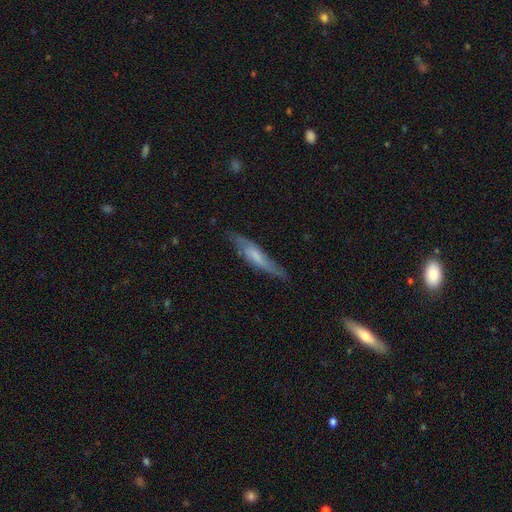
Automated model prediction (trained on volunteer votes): Overall: featured or disk (50%; smooth 44%). Merging: none (71%).